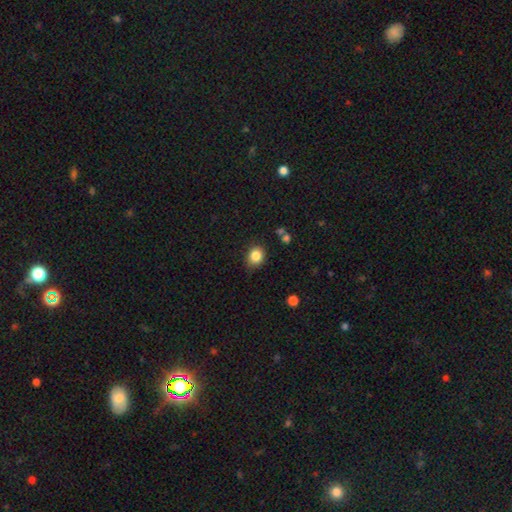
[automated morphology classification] A smooth galaxy with no disk features (84%) that is round (64%). Merging: none (81%).